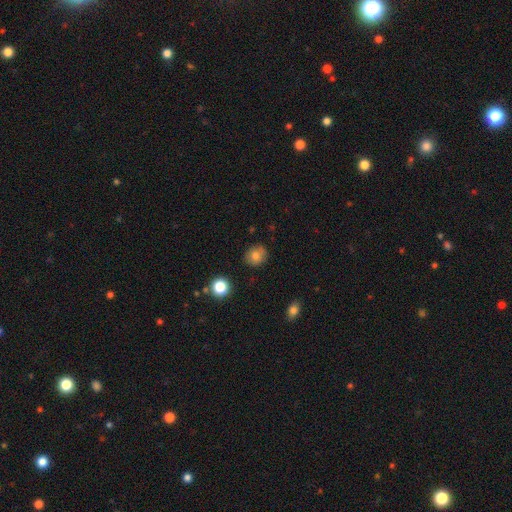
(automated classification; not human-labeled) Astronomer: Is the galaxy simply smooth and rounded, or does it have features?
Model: smooth — 78%.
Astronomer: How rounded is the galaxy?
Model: round — 80%.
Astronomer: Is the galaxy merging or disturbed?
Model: none — 83%.